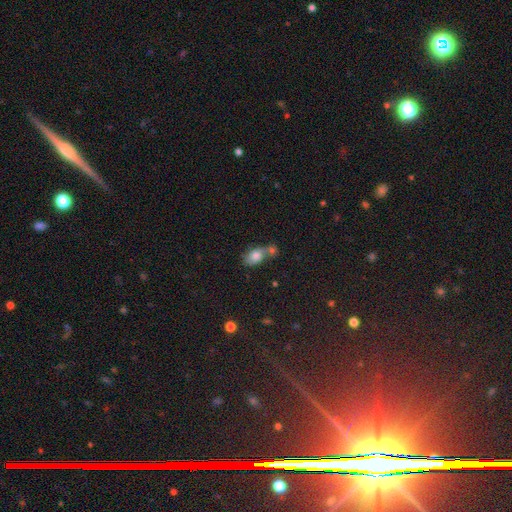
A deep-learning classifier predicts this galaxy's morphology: This appears to be a smooth galaxy with no disk features (78%) that is in between round and cigar-shaped (76%). Merging: merger (53%).